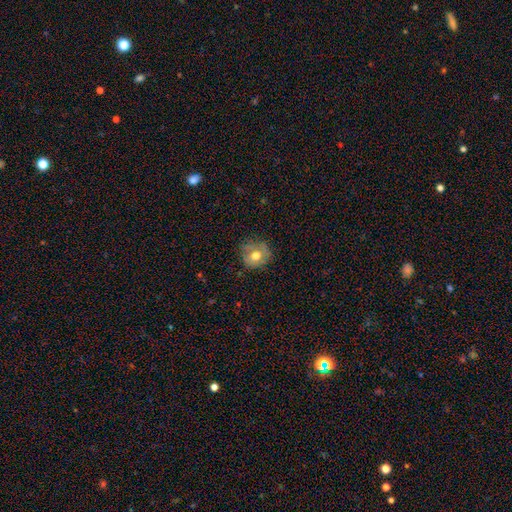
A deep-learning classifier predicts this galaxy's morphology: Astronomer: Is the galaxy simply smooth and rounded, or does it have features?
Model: smooth — 66%.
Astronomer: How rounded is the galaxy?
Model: round — 82%.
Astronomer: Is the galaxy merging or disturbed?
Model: none — 70%.